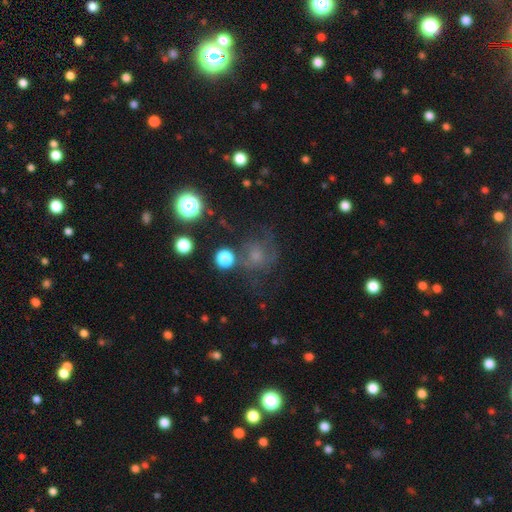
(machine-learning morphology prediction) smooth-or-featured: smooth: 45% | featured or disk: 31% | star or artifact: 24%
  merging: none: 54% | major disturbance: 21% | minor disturbance: 19% | merger: 5%